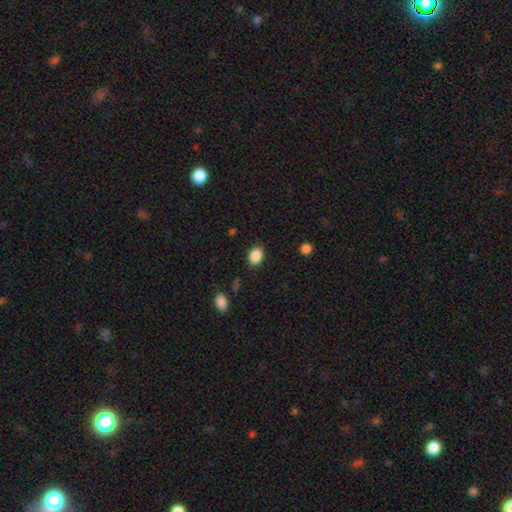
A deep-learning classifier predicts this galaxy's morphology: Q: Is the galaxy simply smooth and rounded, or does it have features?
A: smooth — 88%.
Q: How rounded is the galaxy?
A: in between — 77%.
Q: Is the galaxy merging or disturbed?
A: none — 86%.